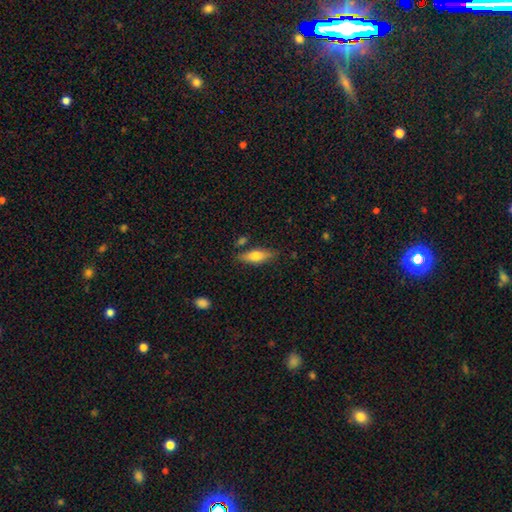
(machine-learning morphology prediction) Overall: smooth (64%; featured or disk 30%). How rounded: in between (56%; cigar-shaped 41%). Merging: none (77%).